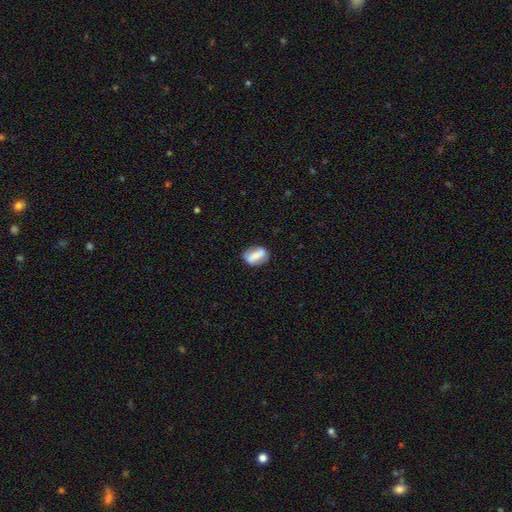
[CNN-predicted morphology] This is likely a smooth galaxy (61%). How rounded: likely in between (79%). Merging: likely none (77%).